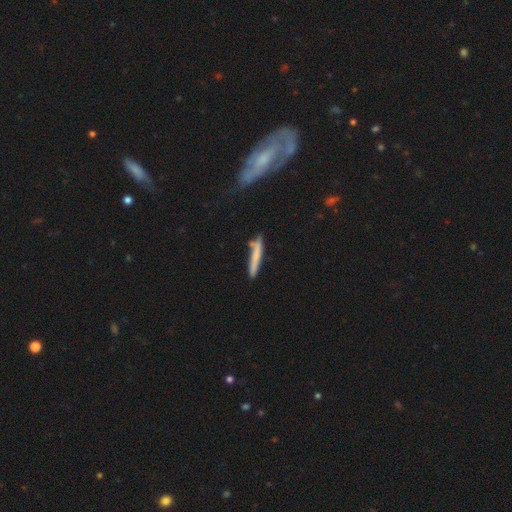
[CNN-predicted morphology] Q: Smooth or featured?
A: smooth (64%); runner-up: featured or disk (29%)
Q: How rounded?
A: cigar-shaped (95%); runner-up: in between (4%)
Q: Merging?
A: none (69%); runner-up: minor disturbance (19%)